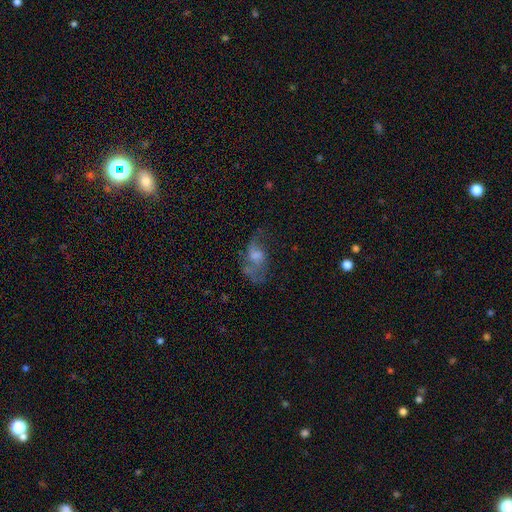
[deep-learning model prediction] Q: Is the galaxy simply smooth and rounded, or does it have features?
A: featured or disk — 56%.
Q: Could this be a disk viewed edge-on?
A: no — 94%.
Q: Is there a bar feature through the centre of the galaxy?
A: no — 67%.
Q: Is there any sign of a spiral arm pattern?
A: yes — 63%.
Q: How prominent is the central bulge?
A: moderate — 38%.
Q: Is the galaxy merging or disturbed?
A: none — 41%.